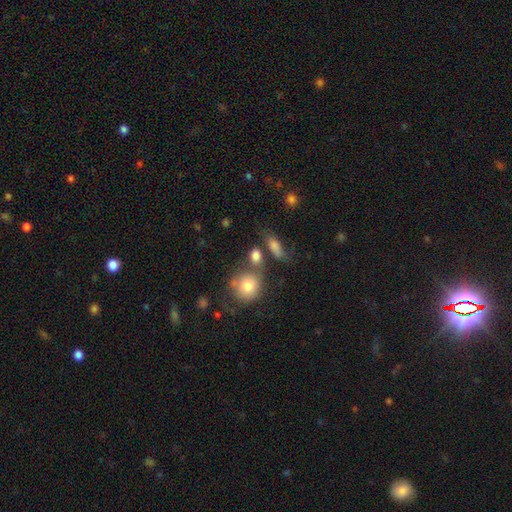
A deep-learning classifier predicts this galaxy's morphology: A smooth galaxy with no disk features (80%) that is in between round and cigar-shaped (57%).

Vote fractions:
- Smooth or featured? smooth: 80% / star or artifact: 10% / featured or disk: 10%
- How rounded? in between: 57% / round: 37% / cigar-shaped: 6%
- Merging? none: 48% / merger: 29% / minor disturbance: 15% / major disturbance: 8%